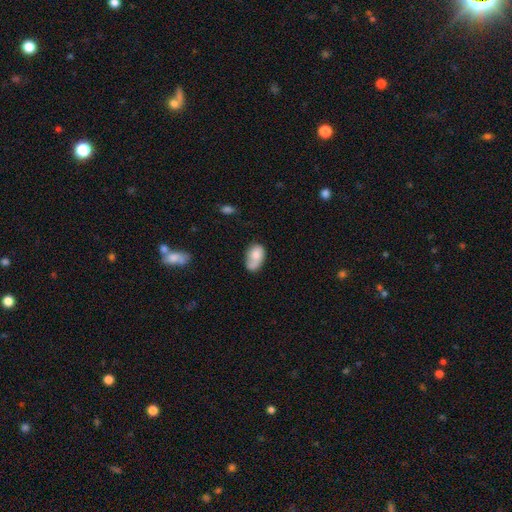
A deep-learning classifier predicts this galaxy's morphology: type=smooth (71%); roundness=in between (89%); merging=none (42%).